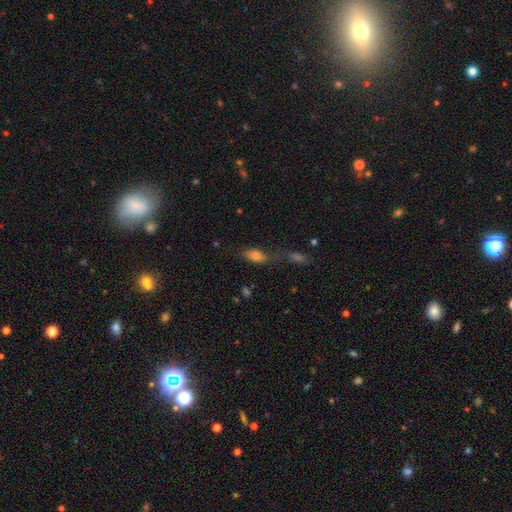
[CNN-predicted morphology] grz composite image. It shows a smooth galaxy with no disk features (78%) that is in between round and cigar-shaped (84%). Merging: merger (40%).